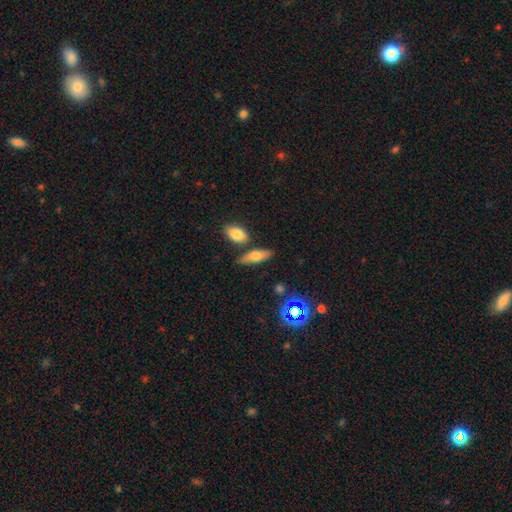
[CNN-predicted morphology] Overall: smooth (64%; featured or disk 27%). How rounded: in between (59%; cigar-shaped 37%). Merging: none (73%).